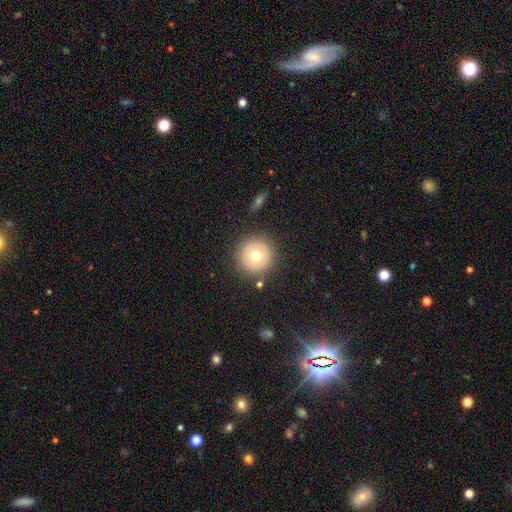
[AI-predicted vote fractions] This appears to be a smooth galaxy with no disk features (64%) that is round (96%). Merging: none (87%).